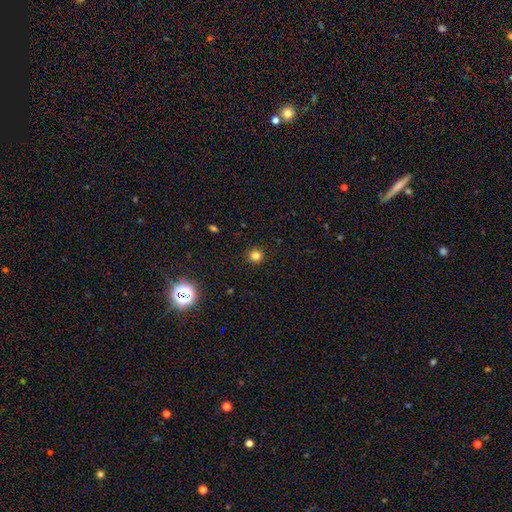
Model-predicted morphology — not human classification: Smooth or featured: smooth — 79% (star or artifact — 16%)
How rounded: round — 94% (in between — 5%)
Merging: none — 92% (minor disturbance — 5%)